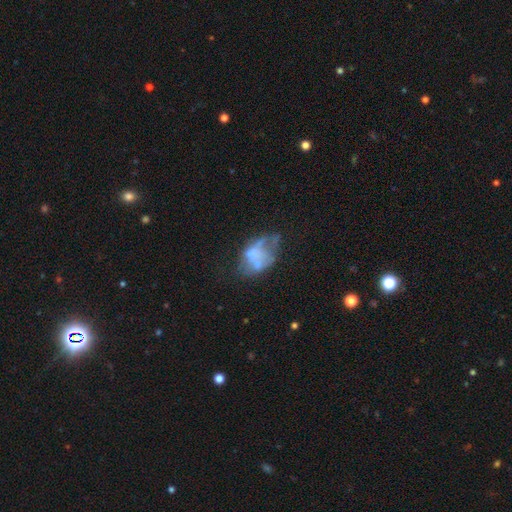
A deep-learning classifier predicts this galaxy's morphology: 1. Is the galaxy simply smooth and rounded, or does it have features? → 53% featured or disk, 34% smooth, 12% star or artifact.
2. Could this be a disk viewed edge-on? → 98% no, 2% yes.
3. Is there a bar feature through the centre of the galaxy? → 90% no, 8% weak, 3% strong.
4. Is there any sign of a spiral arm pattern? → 89% no, 11% yes.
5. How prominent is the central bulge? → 72% none, 11% moderate, 10% small, 5% large, 2% dominant.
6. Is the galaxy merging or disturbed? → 35% major disturbance, 28% none, 23% minor disturbance, 13% merger.